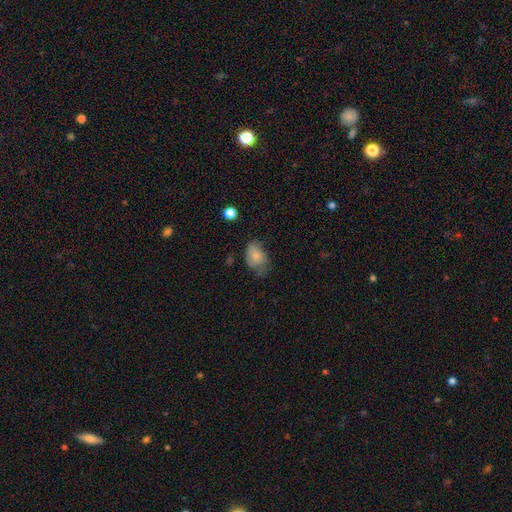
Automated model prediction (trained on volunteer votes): This appears to be a smooth galaxy with no disk features (76%) that is in between round and cigar-shaped (79%). Merging: none (41%).